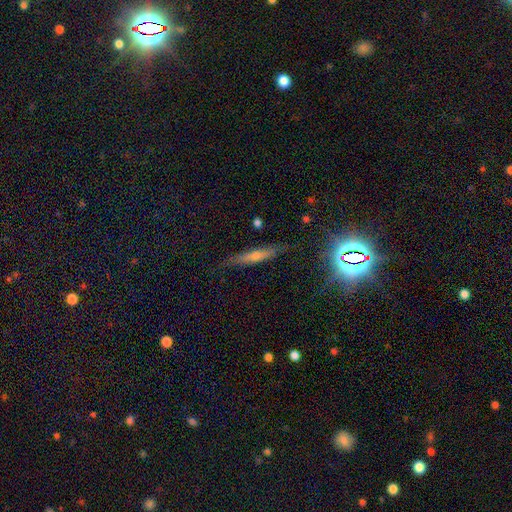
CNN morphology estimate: The model was most divided on "smooth or featured": featured or disk: 45%, smooth: 41%, star or artifact: 14%. More confident: merging — none (82%).